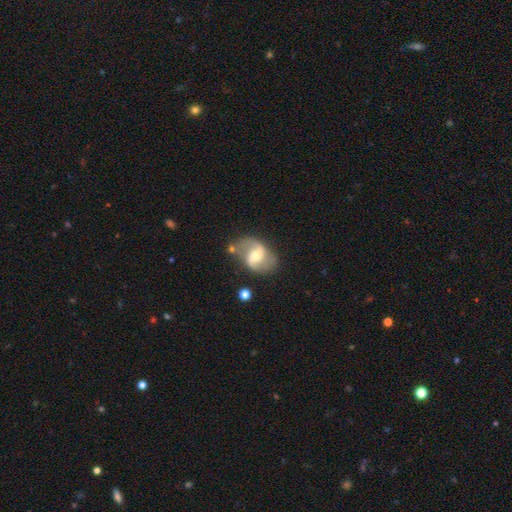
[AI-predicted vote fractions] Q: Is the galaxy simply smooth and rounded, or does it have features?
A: featured or disk — 81%.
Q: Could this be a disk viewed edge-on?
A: no — 97%.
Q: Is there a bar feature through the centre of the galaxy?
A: weak — 49%.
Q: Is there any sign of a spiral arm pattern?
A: yes — 94%.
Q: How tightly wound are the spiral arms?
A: loose — 52%.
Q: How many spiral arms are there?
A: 2 — 91%.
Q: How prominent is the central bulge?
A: moderate — 56%.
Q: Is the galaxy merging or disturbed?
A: none — 68%.